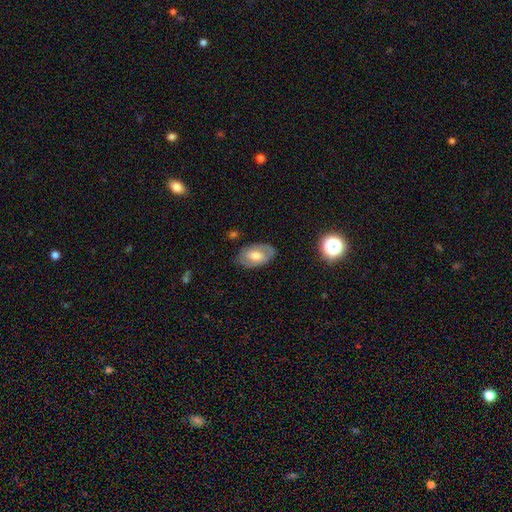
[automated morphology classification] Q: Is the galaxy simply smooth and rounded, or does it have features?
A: smooth — 48%.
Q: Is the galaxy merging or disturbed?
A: none — 80%.